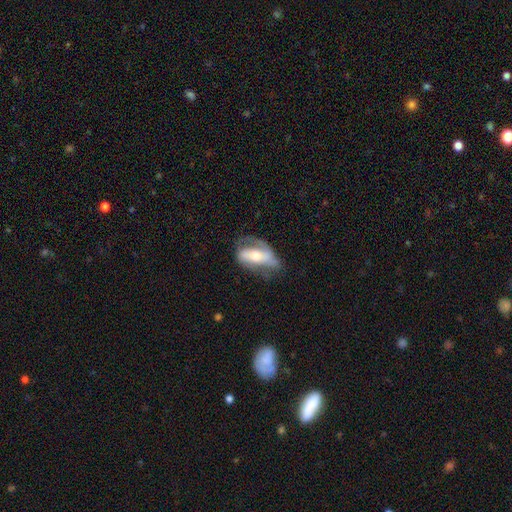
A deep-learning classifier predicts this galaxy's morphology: This is likely a featured or disk galaxy (66%). It is clearly not viewed edge-on (90%). Bar: marginally no (35%, tied with strong). Spiral arm pattern: likely yes (74%). Central bulge: likely moderate (62%). Merging: marginally none (44%).